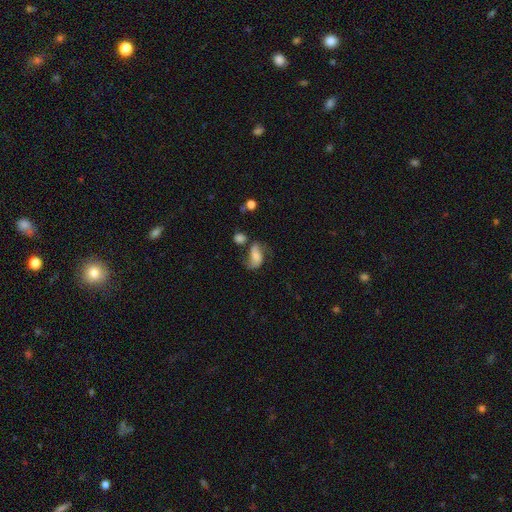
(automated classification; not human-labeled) smooth-or-featured: featured or disk: 57% | smooth: 33% | star or artifact: 10%
  disk-edge-on: no: 96% | yes: 4%
    bar: no: 48% | weak: 34% | strong: 17%
    has-spiral-arms: yes: 87% | no: 13%
    bulge-size: moderate: 35% | small: 33% | none: 16% | large: 13% | dominant: 3%
  merging: none: 42% | minor disturbance: 21% | major disturbance: 19% | merger: 18%